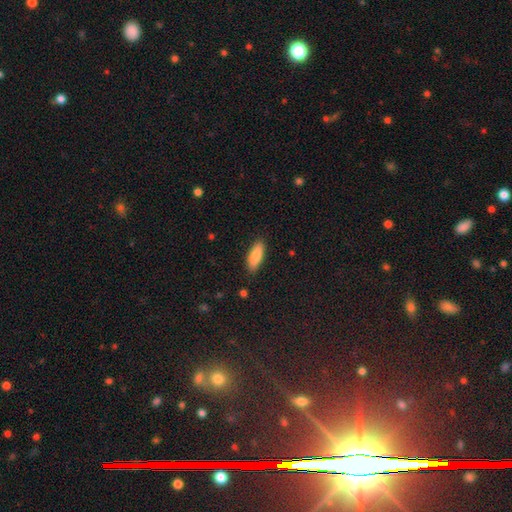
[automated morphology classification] Q: Smooth or featured?
A: smooth (85%); runner-up: featured or disk (9%)
Q: How rounded?
A: in between (61%); runner-up: cigar-shaped (37%)
Q: Merging?
A: none (87%); runner-up: minor disturbance (10%)